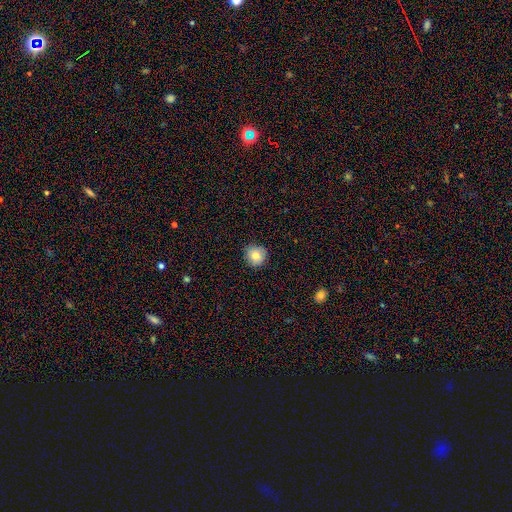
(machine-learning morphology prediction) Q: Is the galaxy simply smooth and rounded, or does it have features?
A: smooth — 80%.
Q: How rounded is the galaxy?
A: round — 92%.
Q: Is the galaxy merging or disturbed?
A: none — 88%.